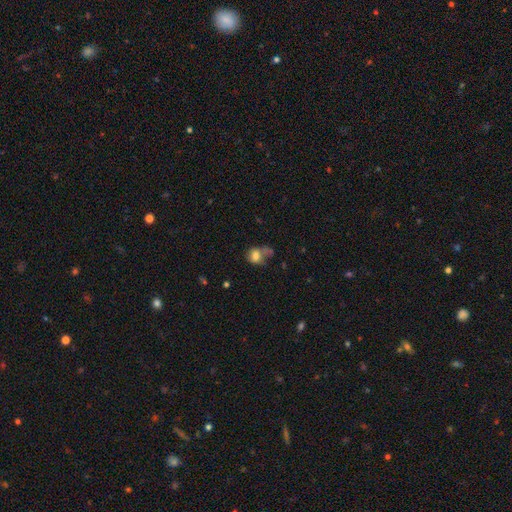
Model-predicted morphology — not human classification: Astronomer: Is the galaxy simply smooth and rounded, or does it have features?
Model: smooth — 71%.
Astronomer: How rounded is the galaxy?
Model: in between — 55% (runner-up: round, 44%).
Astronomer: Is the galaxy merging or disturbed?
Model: none — 29% (runner-up: major disturbance, 27%).